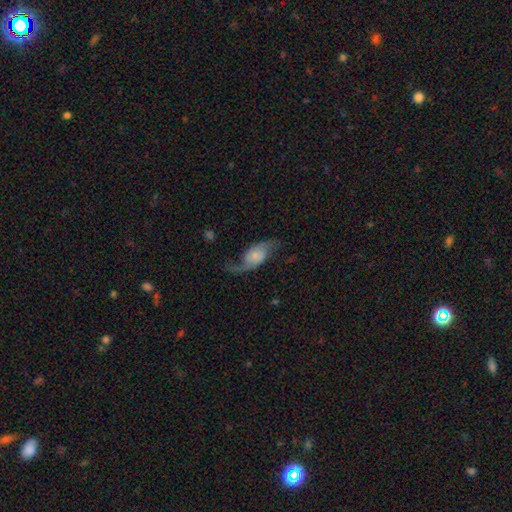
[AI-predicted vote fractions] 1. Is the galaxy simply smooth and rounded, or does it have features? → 77% featured or disk, 16% smooth, 6% star or artifact.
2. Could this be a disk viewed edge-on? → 95% no, 5% yes.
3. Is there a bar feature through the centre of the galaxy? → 64% no, 29% weak, 7% strong.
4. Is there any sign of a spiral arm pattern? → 94% yes, 6% no.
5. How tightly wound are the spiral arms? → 71% loose, 23% medium, 6% tight.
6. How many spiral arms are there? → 89% 2, 5% 1, 2% can't tell, 1% 3, 1% 4, 1% more than 4.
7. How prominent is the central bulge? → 54% small, 23% moderate, 13% none, 6% large, 3% dominant.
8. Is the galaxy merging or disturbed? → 62% none, 19% minor disturbance, 17% major disturbance, 2% merger.